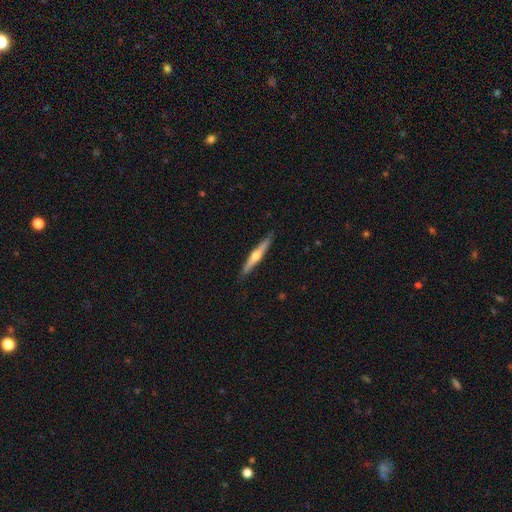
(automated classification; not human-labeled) This is likely a featured or disk galaxy (63%). It is clearly viewed edge-on (97%). Edge-on bulge: clearly rounded (90%). Merging: clearly none (89%).